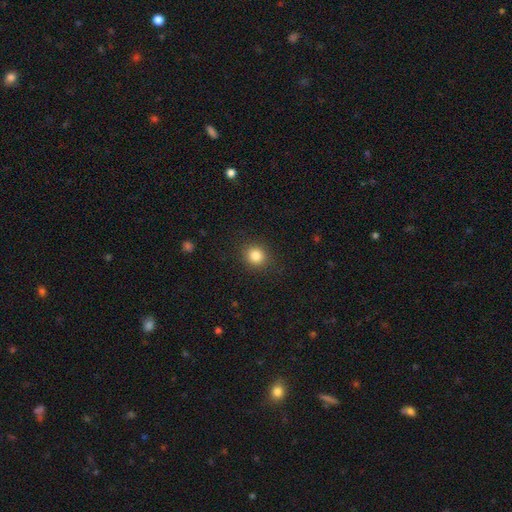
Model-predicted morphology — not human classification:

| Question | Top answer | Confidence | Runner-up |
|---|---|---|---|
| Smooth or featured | smooth | 84% | star or artifact (11%) |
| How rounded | round | 85% | in between (15%) |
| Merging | none | 89% | minor disturbance (7%) |